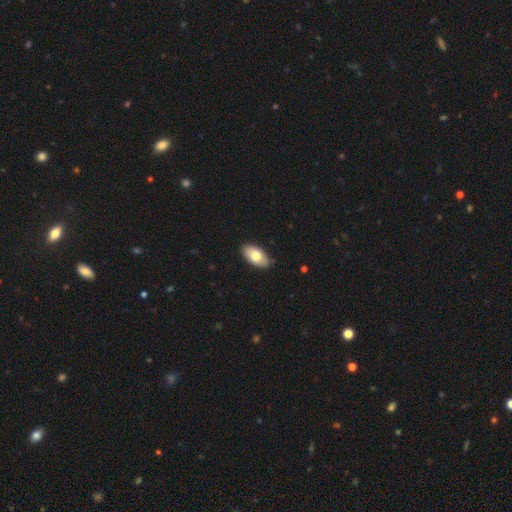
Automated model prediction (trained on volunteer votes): The model was most divided on "smooth or featured": smooth: 76%, featured or disk: 18%, star or artifact: 6%. More confident: how rounded — in between (94%); merging — none (87%).